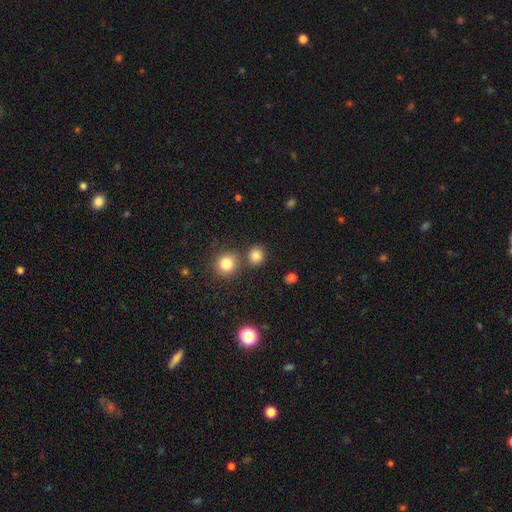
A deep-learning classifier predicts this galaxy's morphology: type=smooth (82%); roundness=round (88%); merging=none (75%).